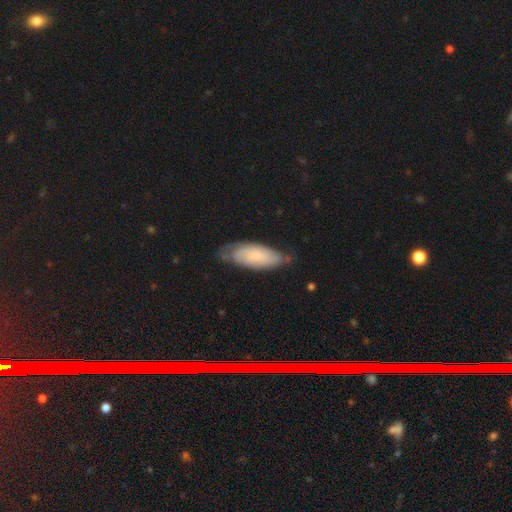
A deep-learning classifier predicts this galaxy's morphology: Smooth or featured? smooth (59%)
How rounded? in between (79%)
Merging? none (57%)